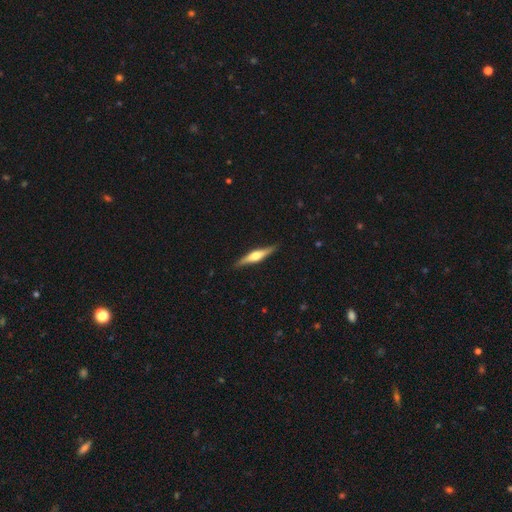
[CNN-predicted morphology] smooth-or-featured: featured or disk: 64% | smooth: 31% | star or artifact: 5%
  disk-edge-on: yes: 96% | no: 4%
    edge-on-bulge: rounded: 90% | boxy: 7% | none: 3%
  merging: none: 87% | minor disturbance: 10% | major disturbance: 2% | merger: 1%